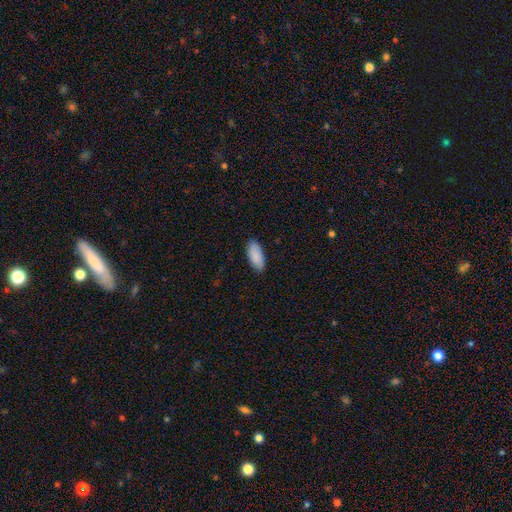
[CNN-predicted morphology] This is clearly a smooth galaxy (90%). How rounded: clearly in between (90%). Merging: clearly none (88%).